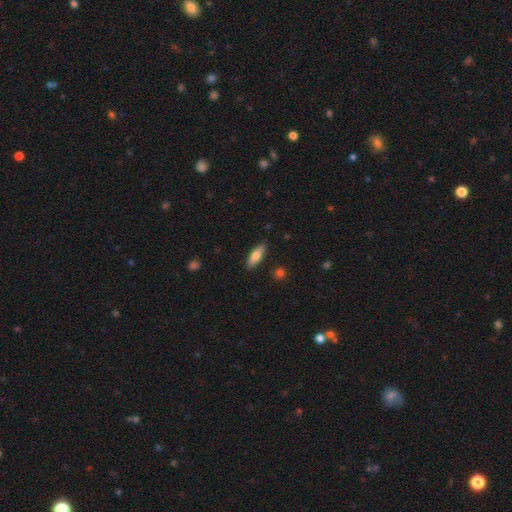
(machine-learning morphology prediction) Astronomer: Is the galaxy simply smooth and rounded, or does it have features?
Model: smooth — 73%.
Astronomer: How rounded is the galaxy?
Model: in between — 55% (runner-up: cigar-shaped, 42%).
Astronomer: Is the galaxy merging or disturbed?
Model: none — 87%.